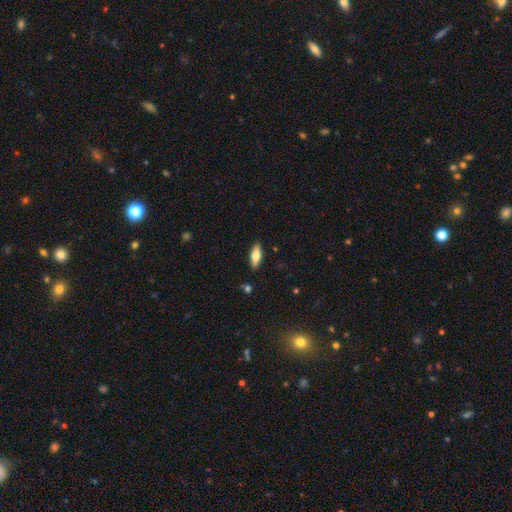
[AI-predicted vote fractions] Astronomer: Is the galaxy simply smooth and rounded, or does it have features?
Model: smooth — 71%.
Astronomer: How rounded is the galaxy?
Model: in between — 71%.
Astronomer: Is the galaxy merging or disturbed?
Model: none — 88%.